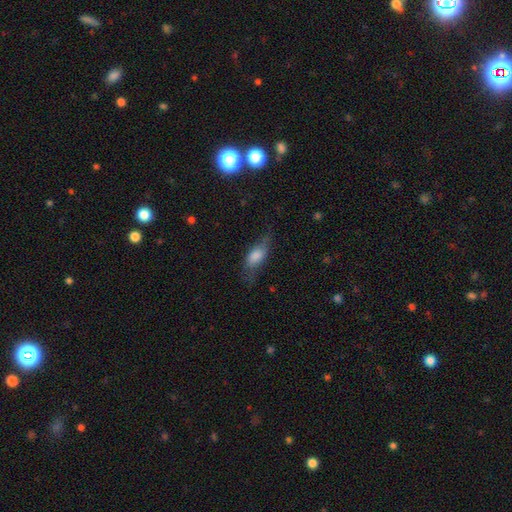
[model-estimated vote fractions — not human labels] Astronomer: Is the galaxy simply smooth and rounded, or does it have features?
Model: smooth — 67%.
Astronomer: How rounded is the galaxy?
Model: in between — 74%.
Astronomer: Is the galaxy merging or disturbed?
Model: none — 53% (runner-up: minor disturbance, 28%).